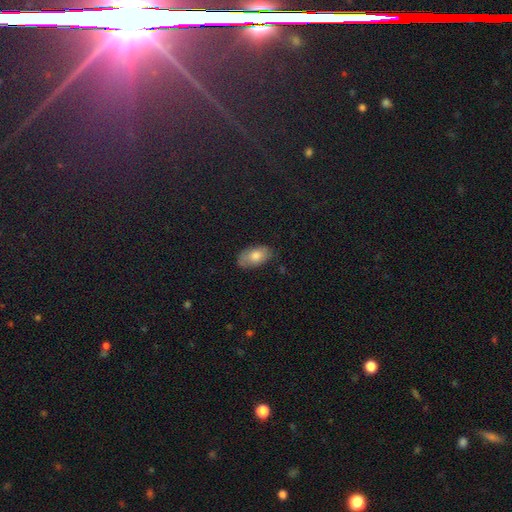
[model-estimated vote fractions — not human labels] Morphology: type=smooth (76%); roundness=in between (93%); merging=none (74%).